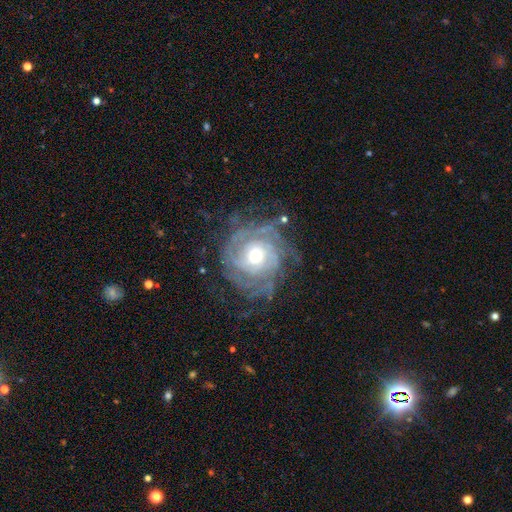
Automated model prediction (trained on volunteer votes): Smooth or featured?
  - featured or disk: 86% *
  - smooth: 8%
  - star or artifact: 6%
Edge-on disk?
  - no: 97% *
  - yes: 3%
Bar?
  - no: 76% *
  - weak: 18%
  - strong: 5%
Spiral arms?
  - yes: 95% *
  - no: 5%
Spiral winding?
  - tight: 72% *
  - medium: 22%
  - loose: 5%
Spiral arm count?
  - can't tell: 36% *
  - 3: 19%
  - 4: 15%
  - 2: 15%
  - more than 4: 9%
  - 1: 7%
Bulge size?
  - moderate: 57% *
  - small: 28%
  - large: 12%
  - dominant: 1%
  - none: 1%
Merging?
  - none: 68% *
  - minor disturbance: 18%
  - major disturbance: 12%
  - merger: 2%